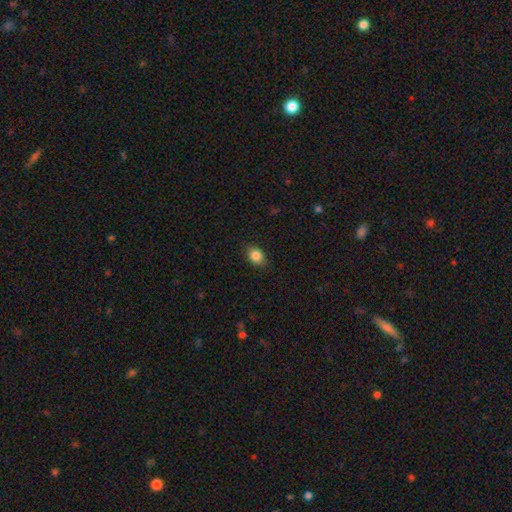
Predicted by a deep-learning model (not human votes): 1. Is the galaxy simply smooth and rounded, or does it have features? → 85% smooth, 9% star or artifact, 7% featured or disk.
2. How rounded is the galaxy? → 68% in between, 30% round, 1% cigar-shaped.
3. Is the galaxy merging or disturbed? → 84% none, 12% minor disturbance, 3% major disturbance, 1% merger.